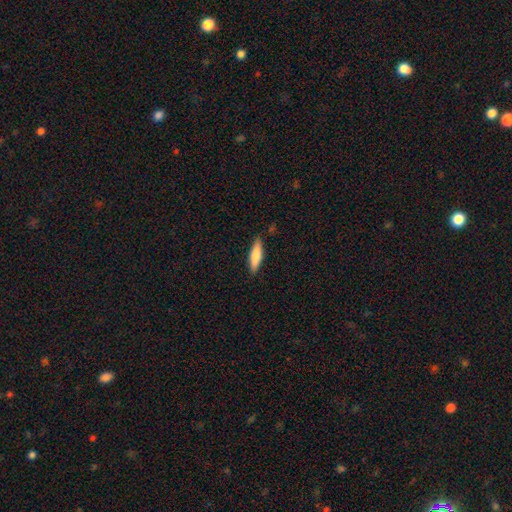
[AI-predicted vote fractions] Smooth or featured?
  - smooth: 76% *
  - featured or disk: 18%
  - star or artifact: 6%
How rounded?
  - cigar-shaped: 68% *
  - in between: 30%
  - round: 2%
Merging?
  - none: 85% *
  - minor disturbance: 11%
  - major disturbance: 2%
  - merger: 1%